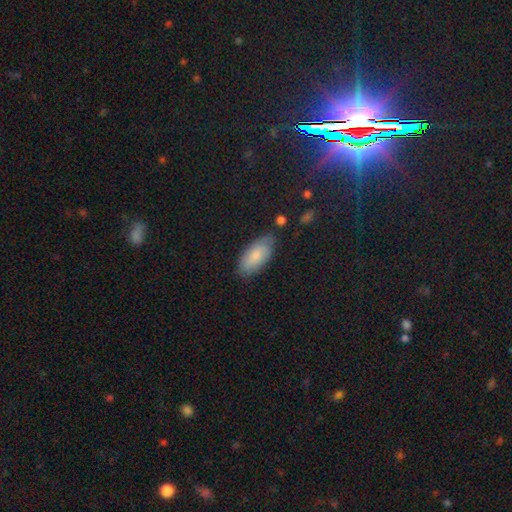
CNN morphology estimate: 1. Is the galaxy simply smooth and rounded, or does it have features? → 81% smooth, 13% featured or disk, 6% star or artifact.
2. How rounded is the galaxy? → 89% in between, 9% cigar-shaped, 2% round.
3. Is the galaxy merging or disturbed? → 73% none, 20% minor disturbance, 4% major disturbance, 3% merger.